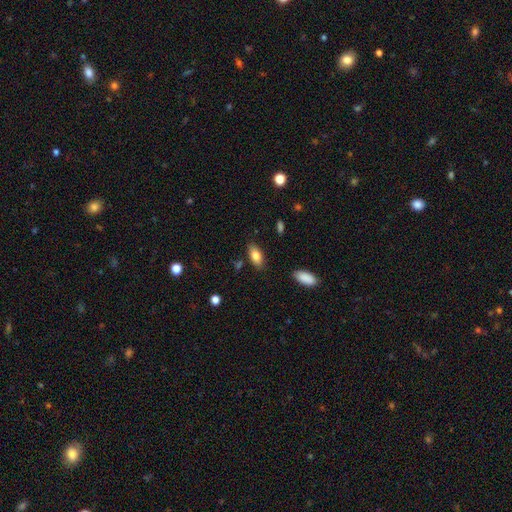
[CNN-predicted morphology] type=smooth (82%); roundness=in between (90%); merging=none (83%).